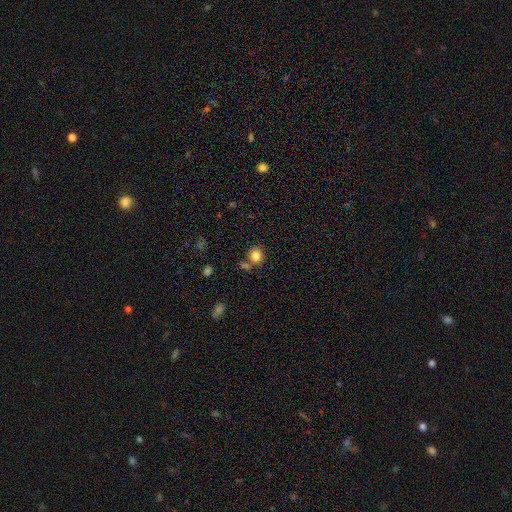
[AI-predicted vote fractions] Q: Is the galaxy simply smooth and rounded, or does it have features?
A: smooth — 83%.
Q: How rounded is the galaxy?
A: round — 77%.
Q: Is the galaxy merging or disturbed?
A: none — 65%.